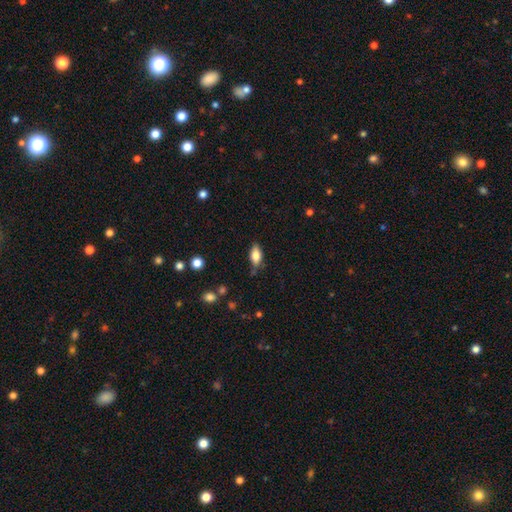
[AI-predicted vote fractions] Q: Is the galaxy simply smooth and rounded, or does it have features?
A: smooth — 76%.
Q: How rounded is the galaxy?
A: in between — 85%.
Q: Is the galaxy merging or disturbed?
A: none — 71%.